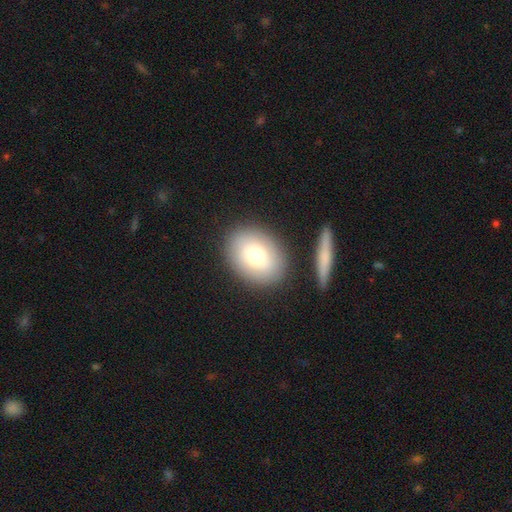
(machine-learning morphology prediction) Q: Smooth or featured?
A: smooth (76%); runner-up: featured or disk (17%)
Q: How rounded?
A: in between (65%); runner-up: round (34%)
Q: Merging?
A: none (82%); runner-up: minor disturbance (10%)